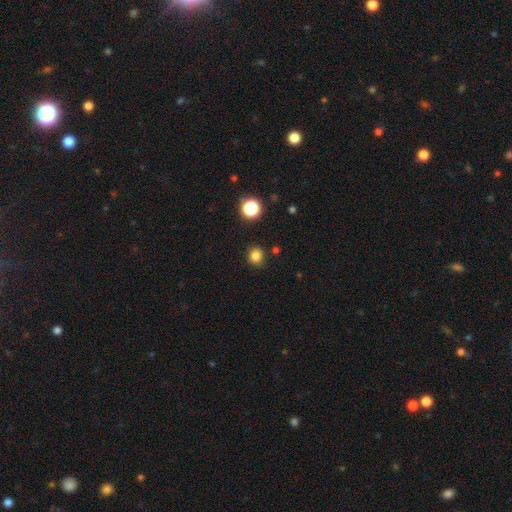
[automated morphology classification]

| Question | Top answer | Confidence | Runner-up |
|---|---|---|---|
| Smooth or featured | smooth | 82% | star or artifact (14%) |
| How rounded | round | 84% | in between (15%) |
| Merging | none | 86% | minor disturbance (9%) |